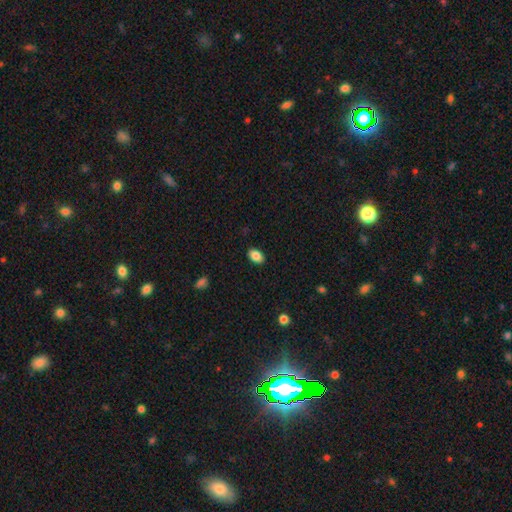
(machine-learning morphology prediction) Overall: smooth (87%). How rounded: in between (87%). Merging: none (89%).